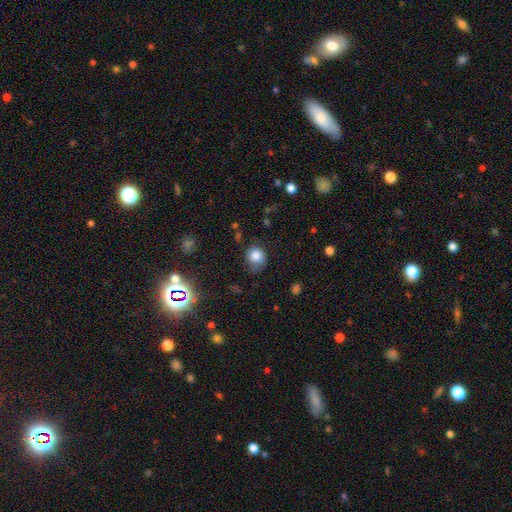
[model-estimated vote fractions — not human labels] Q: Smooth or featured?
A: smooth (80%); runner-up: star or artifact (12%)
Q: How rounded?
A: round (75%); runner-up: in between (24%)
Q: Merging?
A: none (56%); runner-up: minor disturbance (29%)